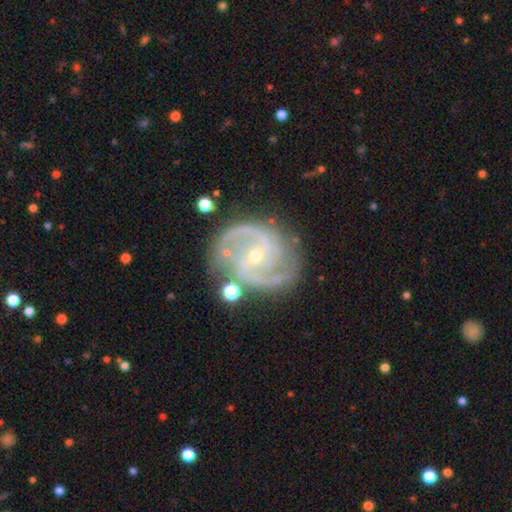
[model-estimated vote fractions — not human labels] Smooth or featured?
  - featured or disk: 91% *
  - star or artifact: 5%
  - smooth: 3%
Edge-on disk?
  - no: 98% *
  - yes: 2%
Bar?
  - no: 44% *
  - weak: 39%
  - strong: 17%
Spiral arms?
  - yes: 98% *
  - no: 2%
Spiral winding?
  - medium: 57% *
  - tight: 30%
  - loose: 13%
Spiral arm count?
  - 2: 72% *
  - 3: 13%
  - can't tell: 5%
  - 4: 4%
  - 1: 3%
  - more than 4: 3%
Bulge size?
  - small: 73% *
  - moderate: 24%
  - none: 1%
  - large: 1%
  - dominant: 1%
Merging?
  - none: 74% *
  - minor disturbance: 16%
  - major disturbance: 6%
  - merger: 4%